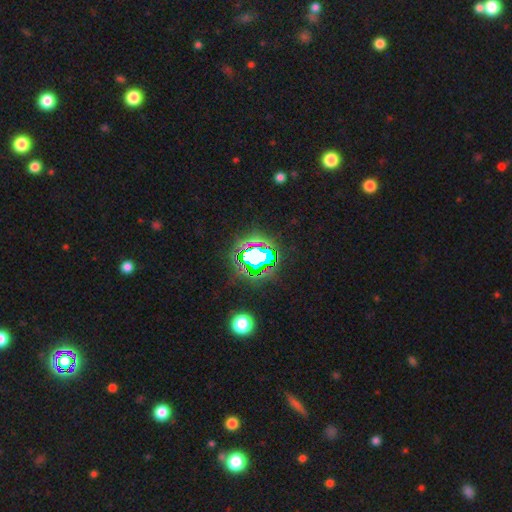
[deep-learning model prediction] Overall: star or artifact (68%).